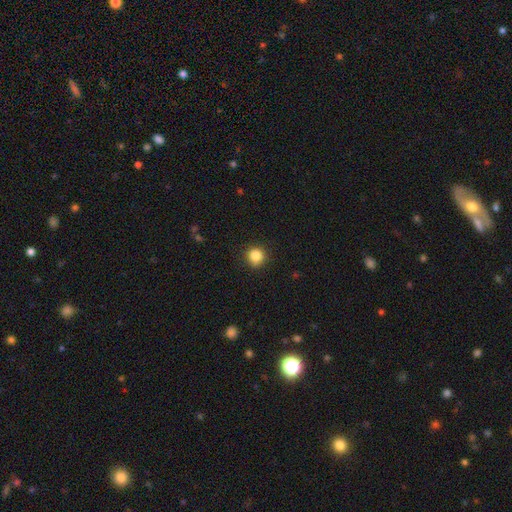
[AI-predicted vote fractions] smooth_or_featured: smooth (p=0.85) [alt: star or artifact p=0.11]
how_rounded: round (p=0.91) [alt: in between p=0.08]
merging: none (p=0.90) [alt: minor disturbance p=0.07]